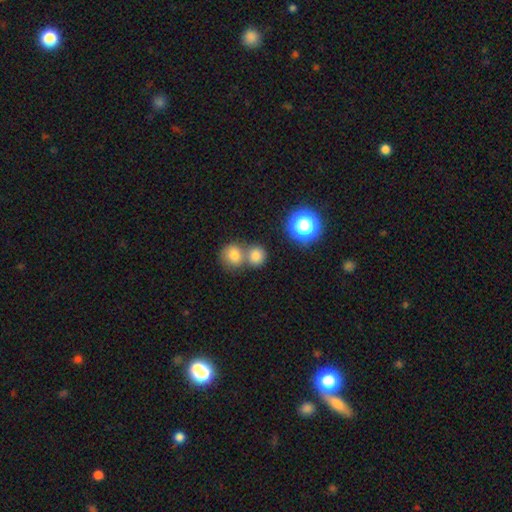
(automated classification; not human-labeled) smooth_or_featured: smooth (p=0.78) [alt: star or artifact p=0.14]
how_rounded: round (p=0.84) [alt: in between p=0.15]
merging: none (p=0.46) [alt: merger p=0.45]